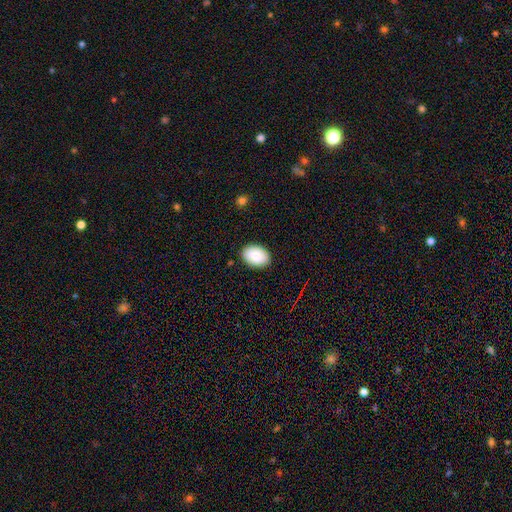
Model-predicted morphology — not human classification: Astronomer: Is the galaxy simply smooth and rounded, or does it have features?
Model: smooth — 86%.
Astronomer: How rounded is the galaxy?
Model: in between — 82%.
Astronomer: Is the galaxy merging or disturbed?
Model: none — 88%.